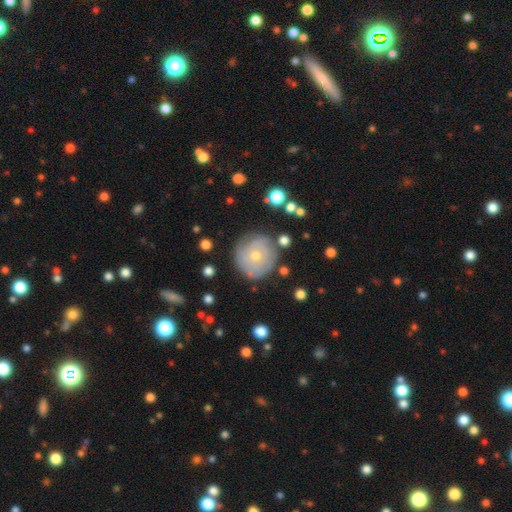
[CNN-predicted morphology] This is possibly a featured or disk galaxy (48%). Merging: likely none (77%).